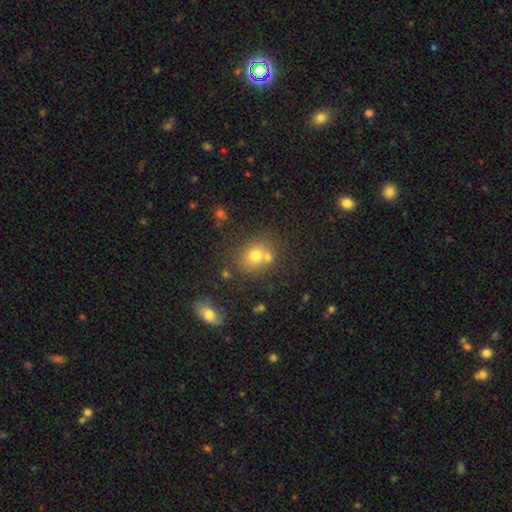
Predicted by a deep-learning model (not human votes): Overall: smooth (71%). How rounded: round (68%; in between 31%). Merging: none (59%; merger 25%).